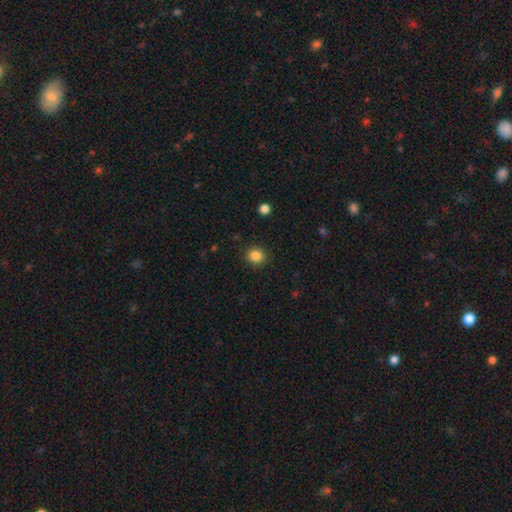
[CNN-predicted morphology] This appears to be a smooth galaxy with no disk features (86%) that is round (82%). Merging: none (89%).